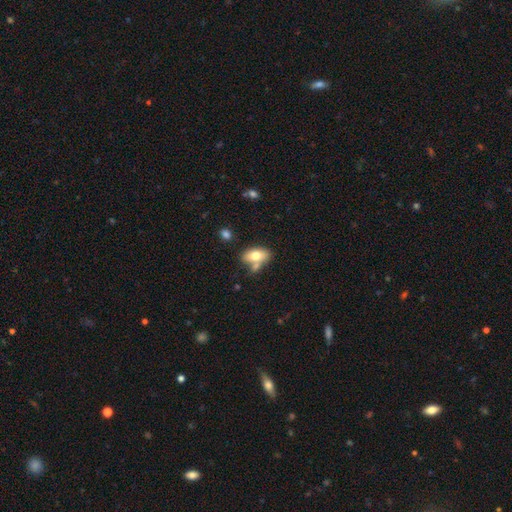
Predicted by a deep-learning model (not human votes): This appears to be a smooth galaxy with no disk features (71%) that is in between round and cigar-shaped (89%). Merging: none (52%).